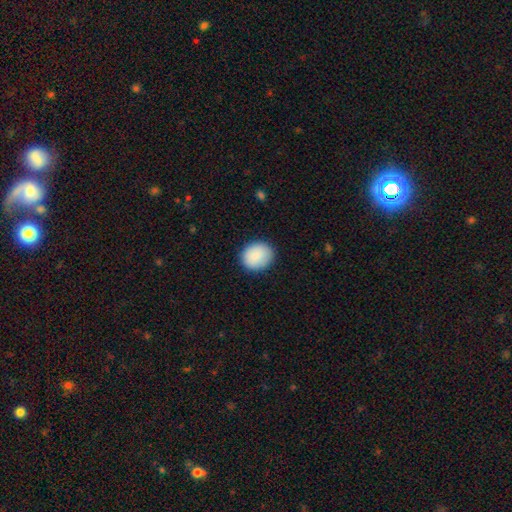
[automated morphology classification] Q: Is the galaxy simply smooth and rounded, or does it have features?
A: smooth — 88%.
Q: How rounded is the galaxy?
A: round — 69%.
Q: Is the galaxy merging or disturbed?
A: none — 86%.